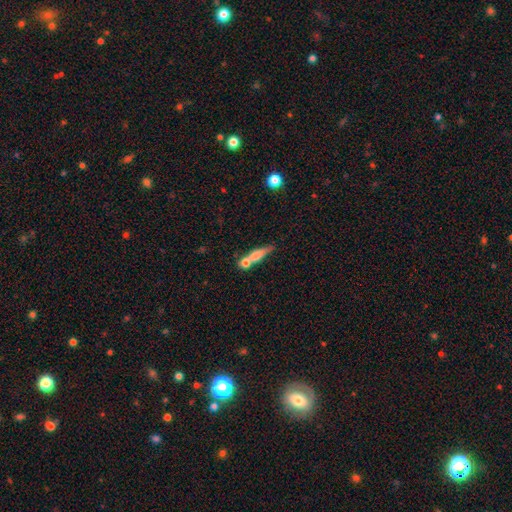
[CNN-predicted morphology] type=smooth (57%); roundness=cigar-shaped (70%); merging=none (41%).